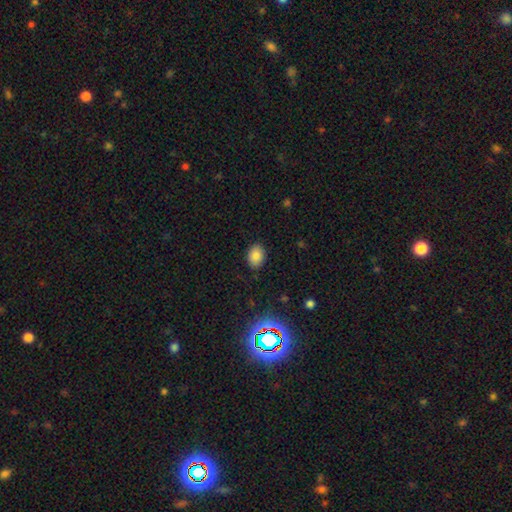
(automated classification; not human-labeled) Overall: smooth (82%). How rounded: in between (75%). Merging: none (87%).